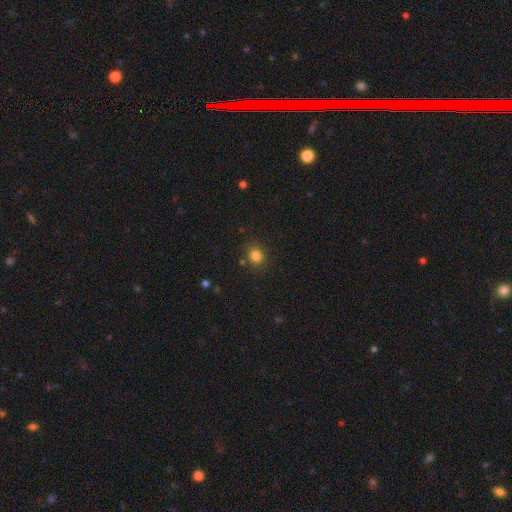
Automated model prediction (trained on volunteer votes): Q: Smooth or featured?
A: smooth (82%); runner-up: star or artifact (13%)
Q: How rounded?
A: round (78%); runner-up: in between (21%)
Q: Merging?
A: none (83%); runner-up: minor disturbance (10%)